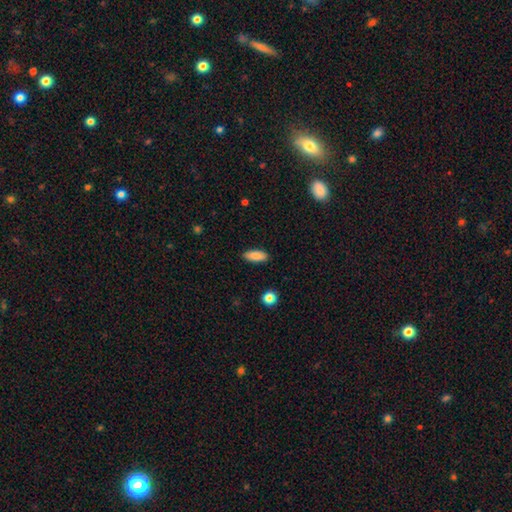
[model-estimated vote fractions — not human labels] Smooth or featured?
  - smooth: 86% *
  - star or artifact: 7%
  - featured or disk: 7%
How rounded?
  - in between: 80% *
  - cigar-shaped: 17%
  - round: 2%
Merging?
  - none: 88% *
  - minor disturbance: 9%
  - major disturbance: 2%
  - merger: 1%